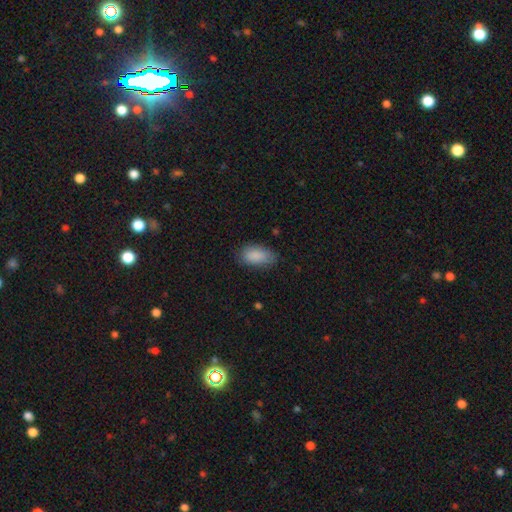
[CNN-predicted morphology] Q: Smooth or featured?
A: smooth (88%); runner-up: star or artifact (7%)
Q: How rounded?
A: in between (93%); runner-up: cigar-shaped (4%)
Q: Merging?
A: none (73%); runner-up: minor disturbance (21%)